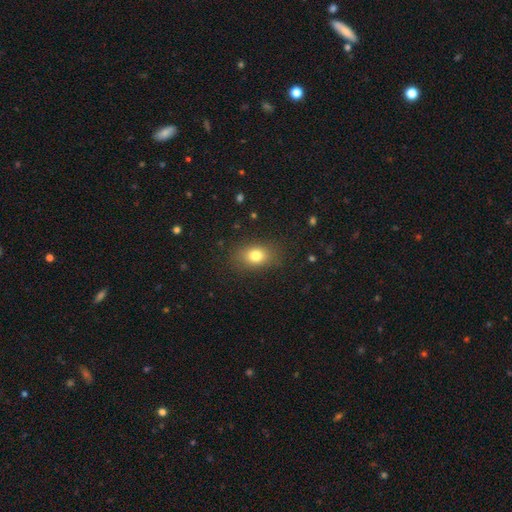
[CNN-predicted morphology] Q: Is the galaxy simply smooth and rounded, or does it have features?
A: smooth — 79%.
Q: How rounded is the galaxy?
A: in between — 72%.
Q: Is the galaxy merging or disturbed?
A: none — 85%.